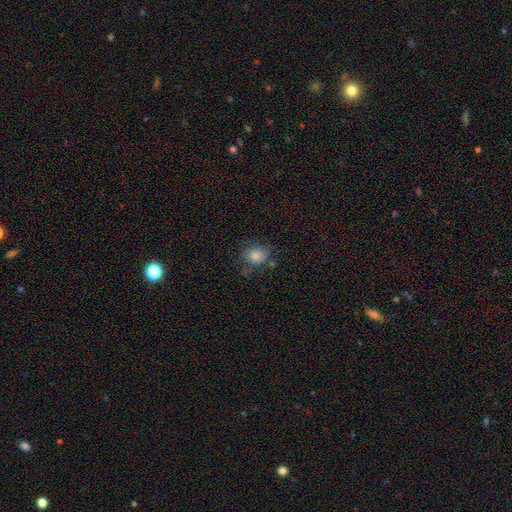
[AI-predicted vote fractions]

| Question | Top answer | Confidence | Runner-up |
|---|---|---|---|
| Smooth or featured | smooth | 76% | star or artifact (14%) |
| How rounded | round | 59% | in between (40%) |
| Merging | none | 66% | minor disturbance (21%) |